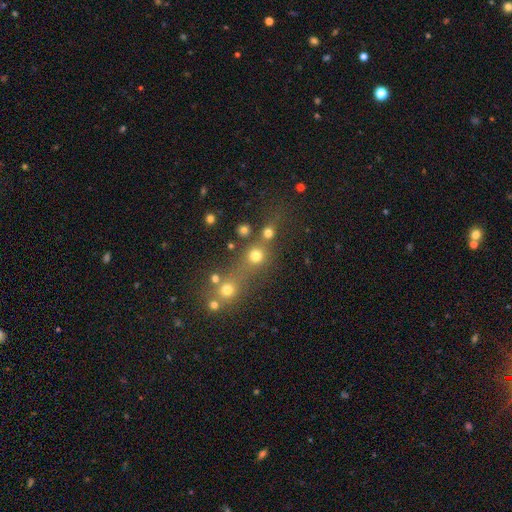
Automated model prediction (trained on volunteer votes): Smooth or featured: smooth — 70% (star or artifact — 20%)
How rounded: round — 88% (in between — 10%)
Merging: none — 54% (merger — 32%)